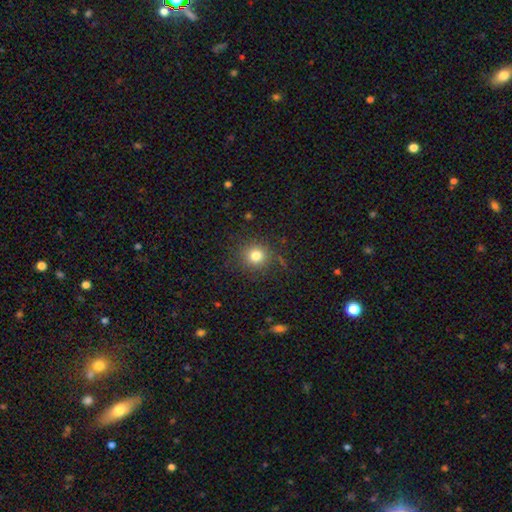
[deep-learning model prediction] This appears to be a smooth galaxy with no disk features (79%) that is round (91%). Merging: none (86%).